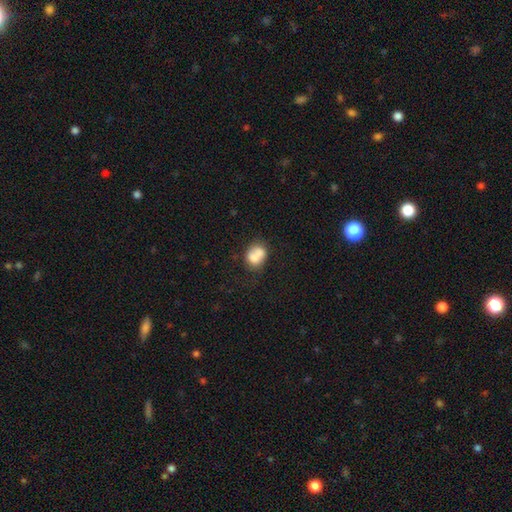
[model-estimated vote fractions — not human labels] Smooth or featured? smooth (71%)
How rounded? round (54%)
Merging? merger (47%)